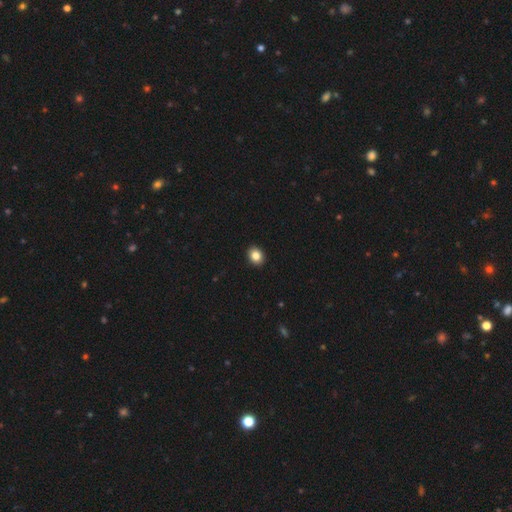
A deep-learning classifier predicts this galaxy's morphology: A smooth galaxy with no disk features (85%) that is round (52%). Merging: none (92%).